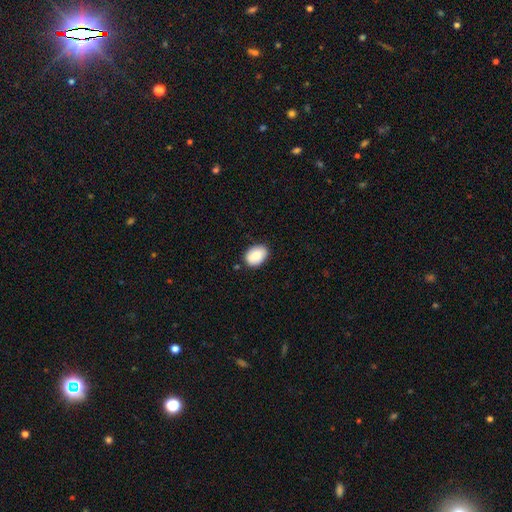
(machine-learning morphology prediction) Smooth or featured?
  - smooth: 88% *
  - star or artifact: 7%
  - featured or disk: 5%
How rounded?
  - in between: 77% *
  - round: 22%
  - cigar-shaped: 1%
Merging?
  - none: 82% *
  - minor disturbance: 14%
  - major disturbance: 3%
  - merger: 1%